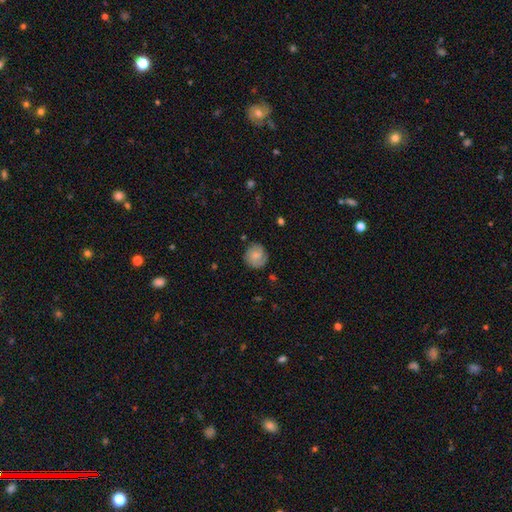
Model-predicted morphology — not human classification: Smooth or featured: smooth — 52% (featured or disk — 40%)
How rounded: round — 84% (in between — 15%)
Merging: none — 77% (minor disturbance — 16%)